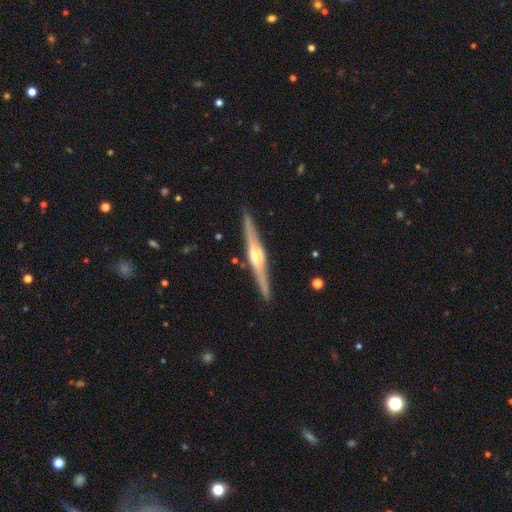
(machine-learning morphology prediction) Q: Smooth or featured?
A: featured or disk (83%); runner-up: smooth (12%)
Q: Edge-on disk?
A: yes (98%); runner-up: no (2%)
Q: Edge-on bulge?
A: rounded (82%); runner-up: boxy (14%)
Q: Merging?
A: none (91%); runner-up: minor disturbance (7%)